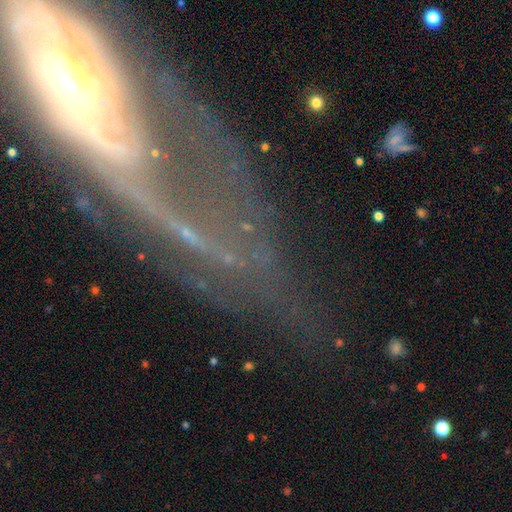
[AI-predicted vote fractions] This appears to be a featured or disk galaxy (68%) with no bar (50%), spiral arms (61%) and a moderate central bulge (38%, tied with small). Merging: none (45%).